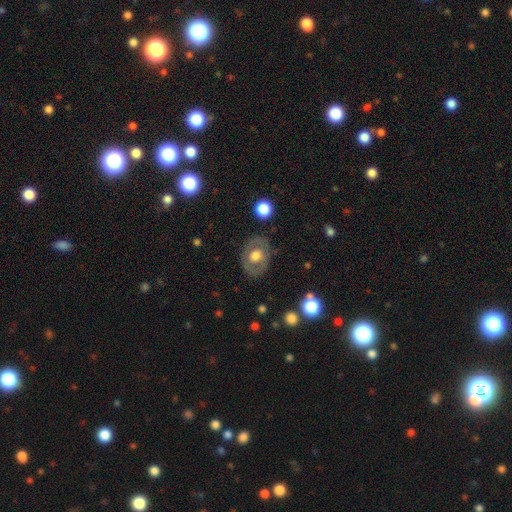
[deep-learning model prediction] Smooth or featured? smooth (48%)
Merging? none (76%)